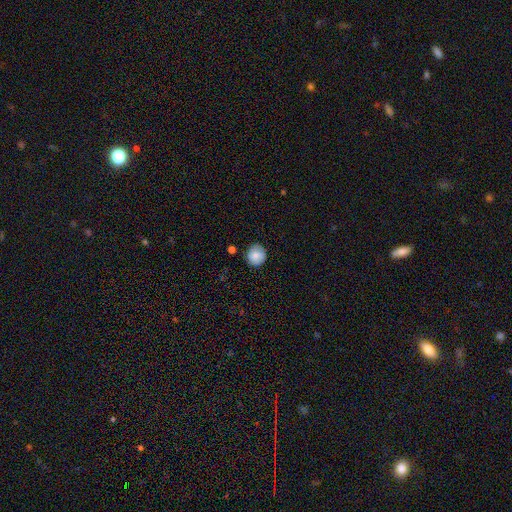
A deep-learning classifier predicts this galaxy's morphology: Overall: smooth (80%). How rounded: round (88%). Merging: none (79%).